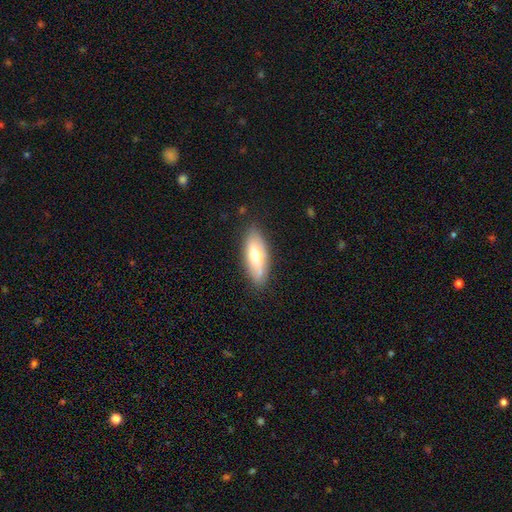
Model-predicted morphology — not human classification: type=smooth (60%); roundness=in between (71%); merging=none (80%).